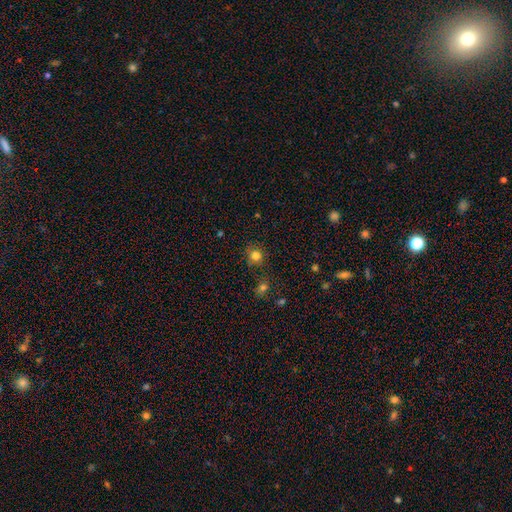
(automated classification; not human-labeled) Smooth or featured? Predicted: smooth (p=0.81). How rounded? Predicted: round (p=0.87). Merging? Predicted: none (p=0.82).